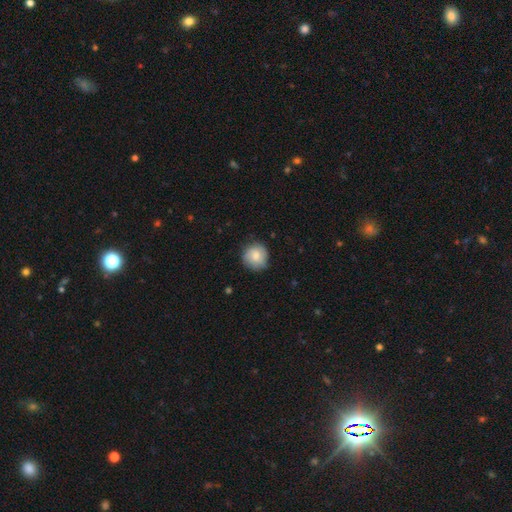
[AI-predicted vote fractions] Smooth or featured? Predicted: smooth (p=0.74). How rounded? Predicted: round (p=0.92). Merging? Predicted: none (p=0.80).